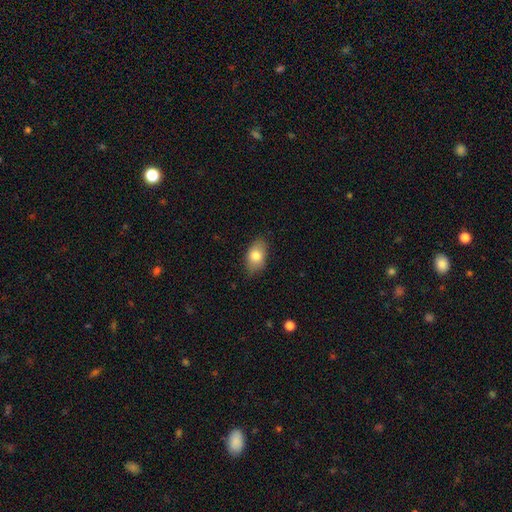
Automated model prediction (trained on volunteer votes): A smooth galaxy with no disk features (79%) that is in between round and cigar-shaped (89%). Merging: none (79%).